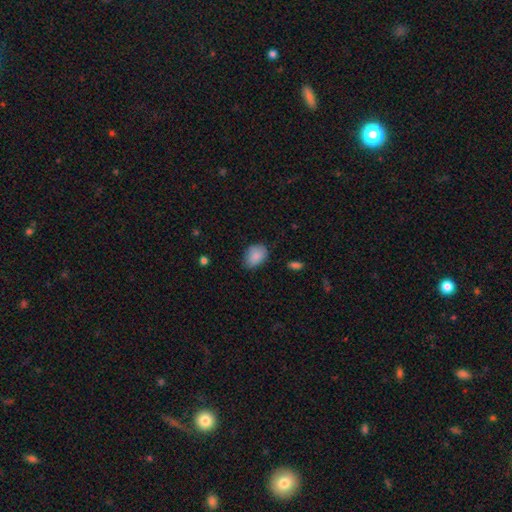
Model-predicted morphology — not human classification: Smooth or featured: smooth — 87% (star or artifact — 7%)
How rounded: in between — 75% (round — 24%)
Merging: none — 71% (minor disturbance — 23%)